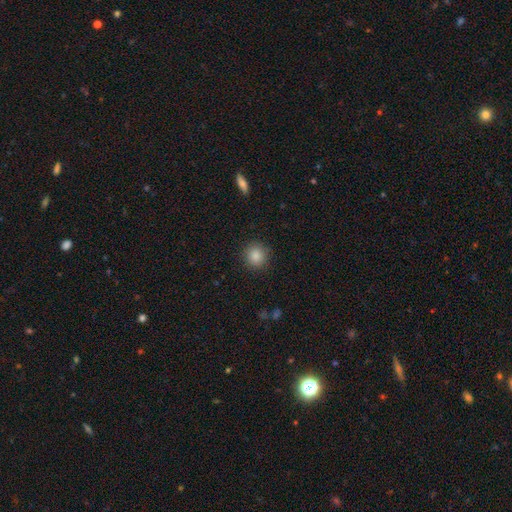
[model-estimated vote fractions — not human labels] Overall: smooth (86%). How rounded: round (91%). Merging: none (90%).